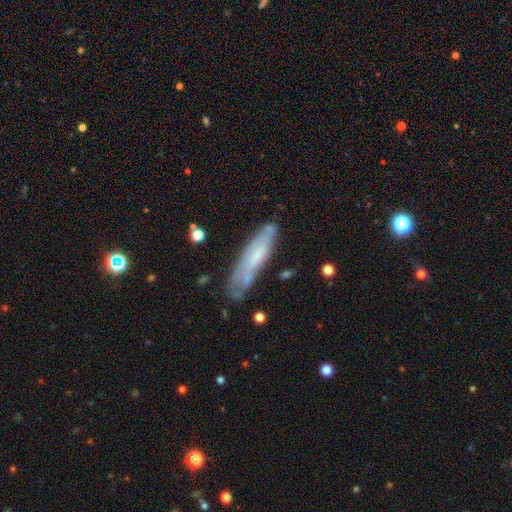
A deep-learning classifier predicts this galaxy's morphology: Smooth or featured? featured or disk (47%)
Merging? none (66%)